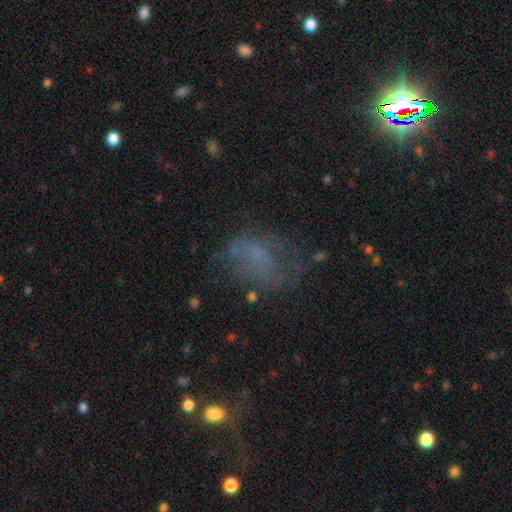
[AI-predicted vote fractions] smooth 41%, featured or disk 34%, star or artifact 26%. Down the decision tree: merging — none (50%).